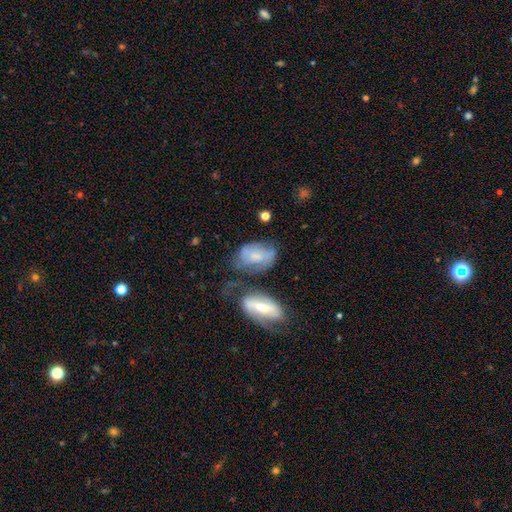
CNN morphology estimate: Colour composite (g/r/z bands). It shows a smooth galaxy with no disk features (47%). Merging: none (37%).